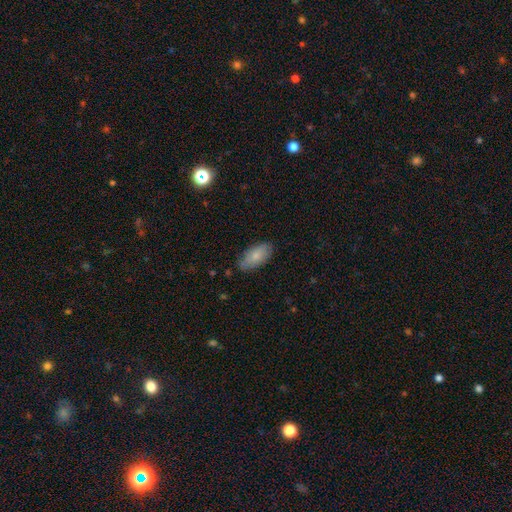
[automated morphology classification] smooth-or-featured: smooth: 80% | featured or disk: 13% | star or artifact: 6%
  how-rounded: in between: 90% | cigar-shaped: 7% | round: 2%
  merging: none: 77% | minor disturbance: 19% | major disturbance: 3% | merger: 1%